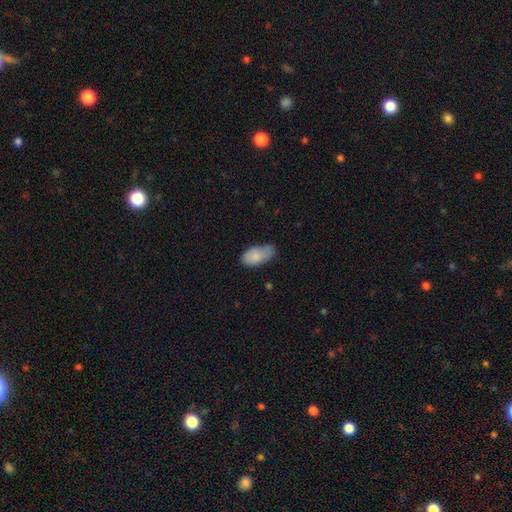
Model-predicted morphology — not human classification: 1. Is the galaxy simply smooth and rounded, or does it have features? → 82% smooth, 11% featured or disk, 7% star or artifact.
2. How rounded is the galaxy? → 94% in between, 3% cigar-shaped, 3% round.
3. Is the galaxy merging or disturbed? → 49% none, 38% minor disturbance, 9% major disturbance, 3% merger.